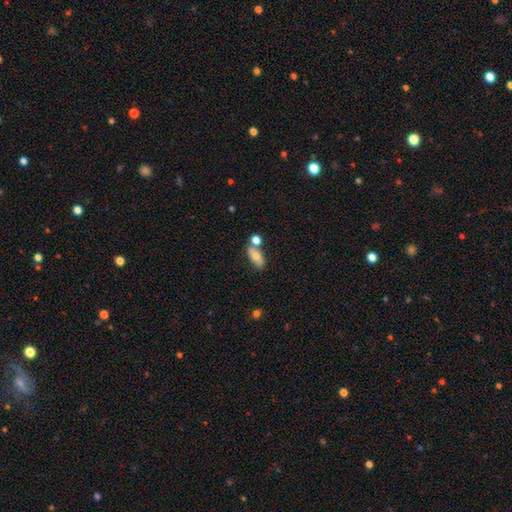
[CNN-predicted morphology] Q: Smooth or featured?
A: smooth (66%); runner-up: featured or disk (26%)
Q: How rounded?
A: in between (84%); runner-up: cigar-shaped (10%)
Q: Merging?
A: none (58%); runner-up: merger (24%)